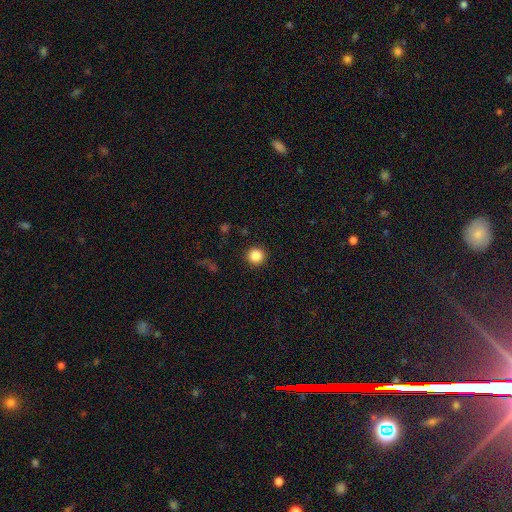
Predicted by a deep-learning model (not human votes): Smooth or featured?
  - smooth: 87% *
  - star or artifact: 10%
  - featured or disk: 3%
How rounded?
  - round: 96% *
  - in between: 3%
  - cigar-shaped: 1%
Merging?
  - none: 92% *
  - minor disturbance: 5%
  - major disturbance: 2%
  - merger: 1%